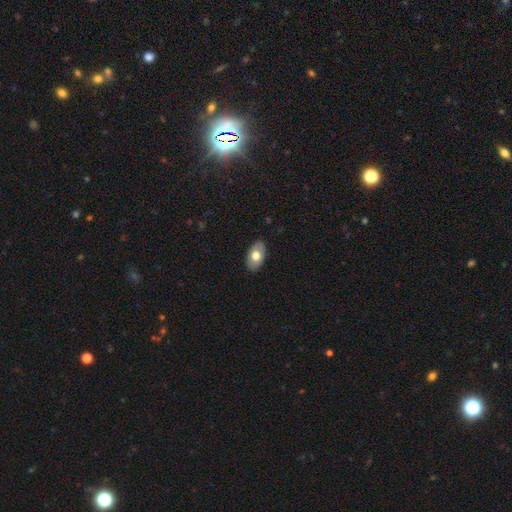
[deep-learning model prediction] This appears to be a smooth galaxy with no disk features (65%) that is in between round and cigar-shaped (92%). Merging: none (86%).